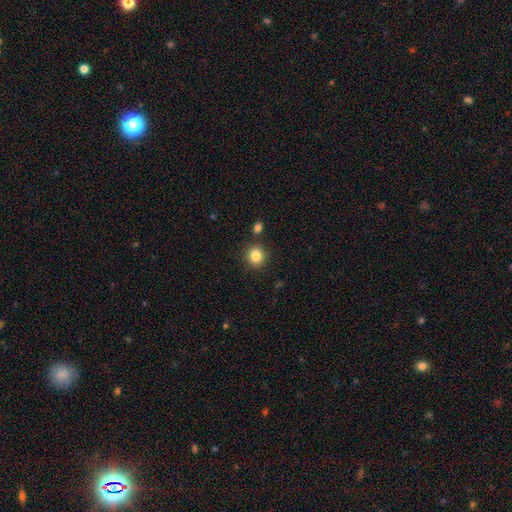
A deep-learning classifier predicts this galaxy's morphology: This appears to be a smooth galaxy with no disk features (84%) that is round (87%). Merging: none (85%).